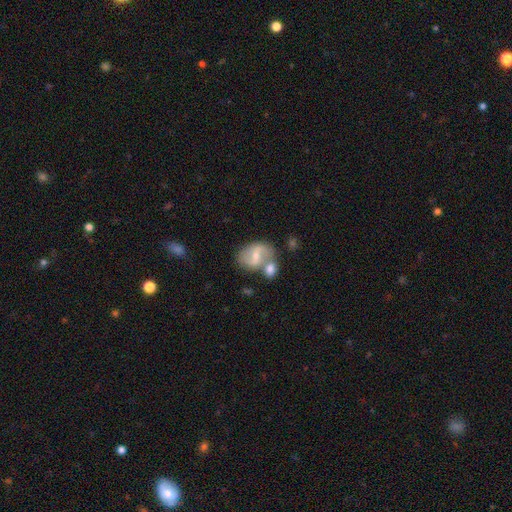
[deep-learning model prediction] Smooth or featured? featured or disk (61%)
Edge-on disk? no (97%)
Bar? weak (46%)
Spiral arms? yes (79%)
Bulge size? small (51%)
Merging? none (41%)